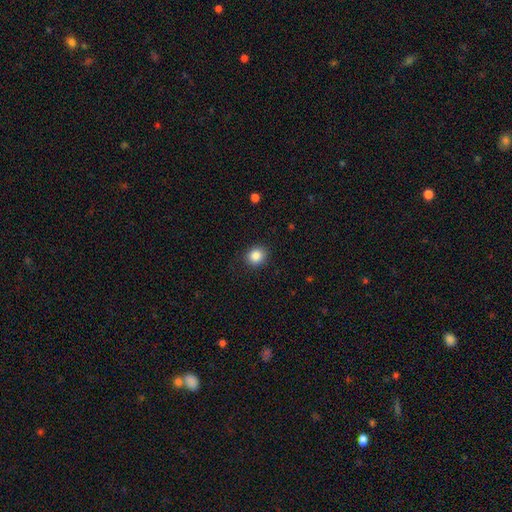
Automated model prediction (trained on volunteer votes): smooth 86%, star or artifact 10%, featured or disk 4%. Down the decision tree: how rounded — round (79%); merging — none (88%).